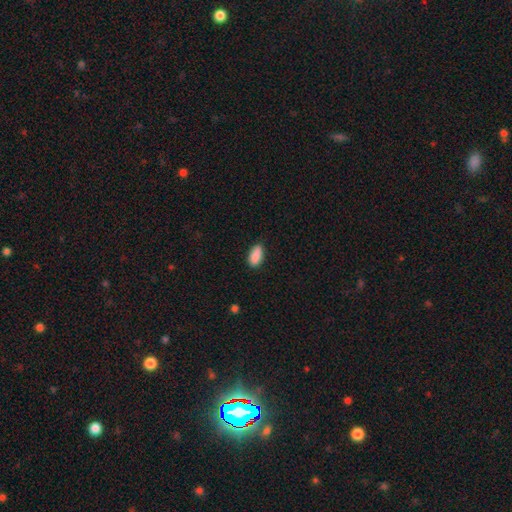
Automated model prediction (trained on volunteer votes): This appears to be a smooth galaxy with no disk features (89%) that is in between round and cigar-shaped (89%). Merging: none (80%).